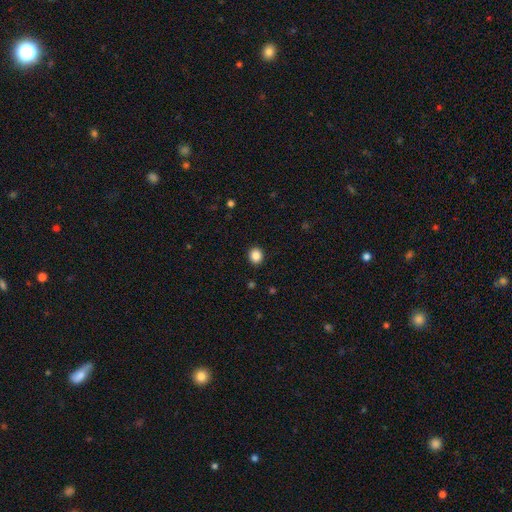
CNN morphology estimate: Smooth or featured: smooth — 86% (star or artifact — 10%)
How rounded: round — 77% (in between — 22%)
Merging: none — 91% (minor disturbance — 6%)